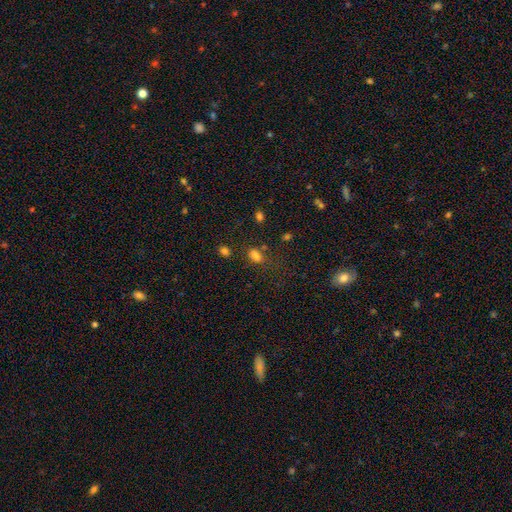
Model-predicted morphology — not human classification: smooth-or-featured: smooth: 76% | star or artifact: 17% | featured or disk: 6%
  how-rounded: in between: 79% | round: 18% | cigar-shaped: 3%
  merging: none: 61% | minor disturbance: 19% | major disturbance: 10% | merger: 9%